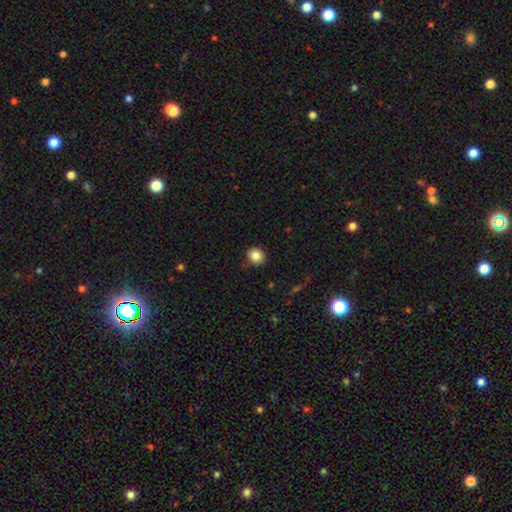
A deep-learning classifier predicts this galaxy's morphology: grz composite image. It shows a smooth galaxy with no disk features (85%) that is round (84%). Merging: none (87%).